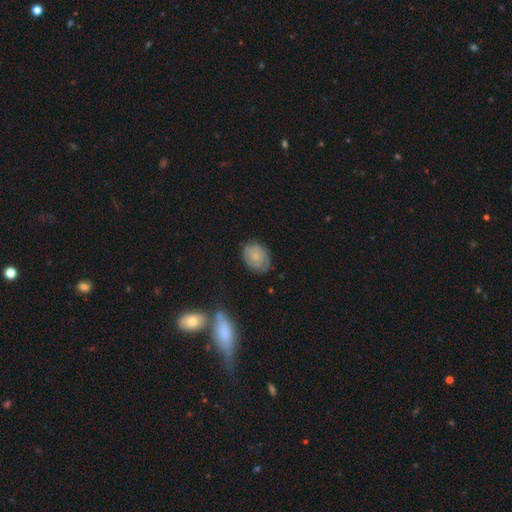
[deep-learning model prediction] Smooth or featured?
  - featured or disk: 57% *
  - smooth: 35%
  - star or artifact: 8%
Edge-on disk?
  - no: 97% *
  - yes: 3%
Bar?
  - no: 76% *
  - weak: 21%
  - strong: 3%
Spiral arms?
  - yes: 87% *
  - no: 13%
Bulge size?
  - small: 59% *
  - moderate: 23%
  - none: 15%
  - large: 2%
  - dominant: 1%
Merging?
  - none: 75% *
  - minor disturbance: 18%
  - major disturbance: 6%
  - merger: 2%